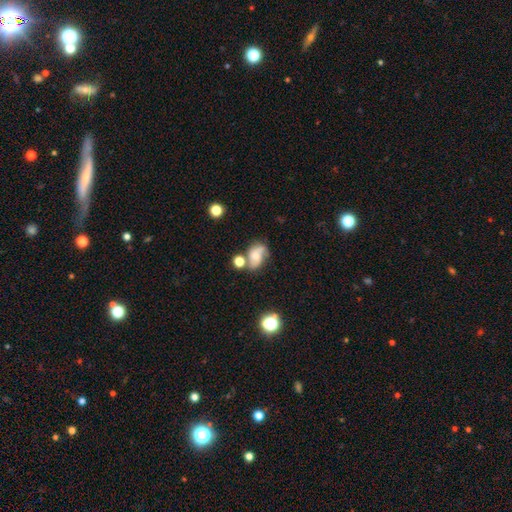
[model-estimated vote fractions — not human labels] Overall: smooth (44%, tied with featured or disk). Merging: none (44%; minor disturbance 24%).